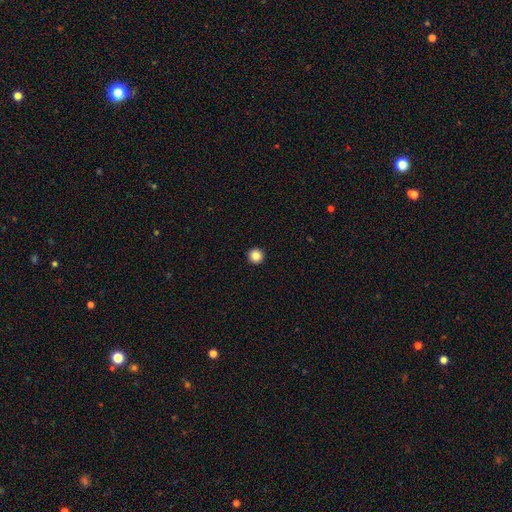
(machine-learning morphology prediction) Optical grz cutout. It shows a smooth galaxy with no disk features (86%) that is round (97%). Merging: none (94%).